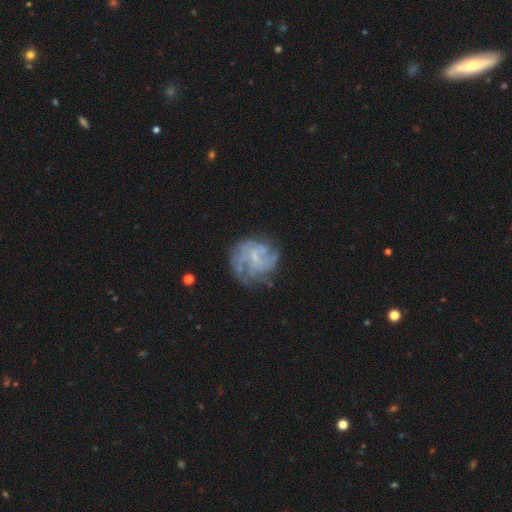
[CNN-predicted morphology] Smooth or featured? Predicted: featured or disk (p=0.69). Edge-on disk? Predicted: no (p=0.98). Bar? Predicted: no (p=0.57). Spiral arms? Predicted: yes (p=0.75). Spiral winding? Predicted: tight (p=0.45). Spiral arm count? Predicted: can't tell (p=0.48). Bulge size? Predicted: small (p=0.53). Merging? Predicted: none (p=0.66).